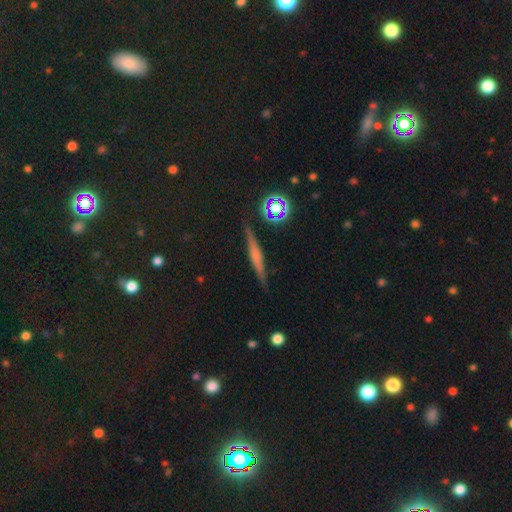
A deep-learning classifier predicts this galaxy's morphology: smooth-or-featured: featured or disk: 47% | smooth: 38% | star or artifact: 15%
  merging: none: 85% | minor disturbance: 10% | major disturbance: 2% | merger: 2%